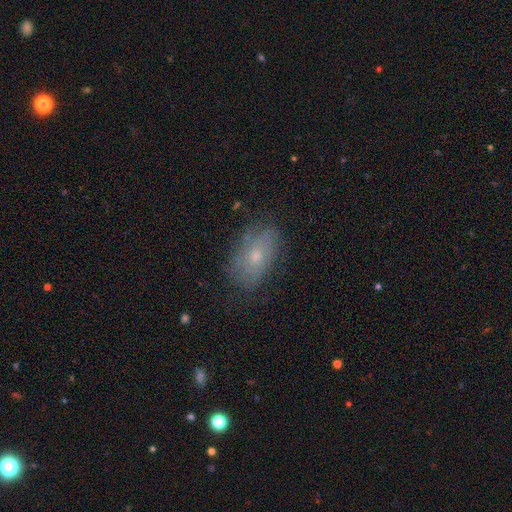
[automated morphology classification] This appears to be a smooth galaxy with no disk features (51%) that is in between round and cigar-shaped (88%). Merging: none (70%).